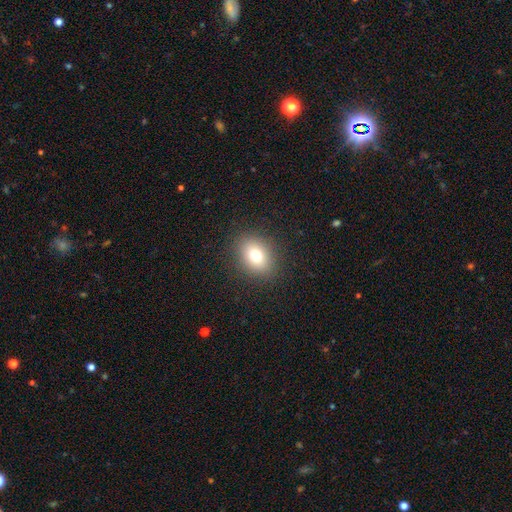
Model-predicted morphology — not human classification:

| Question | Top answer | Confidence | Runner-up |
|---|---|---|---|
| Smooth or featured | smooth | 76% | star or artifact (13%) |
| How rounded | in between | 56% | round (43%) |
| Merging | none | 88% | minor disturbance (8%) |